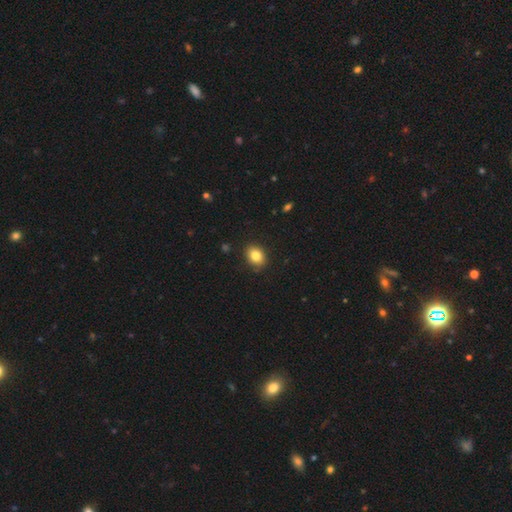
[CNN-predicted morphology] The model was most divided on "how rounded": in between: 60%, round: 39%, cigar-shaped: 1%. More confident: merging — none (87%); smooth or featured — smooth (83%).